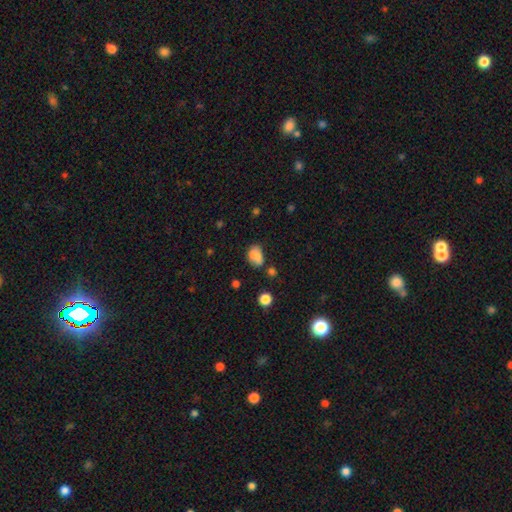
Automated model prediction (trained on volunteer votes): Smooth or featured: smooth — 76% (featured or disk — 12%)
How rounded: in between — 79% (round — 20%)
Merging: none — 47% (minor disturbance — 26%)